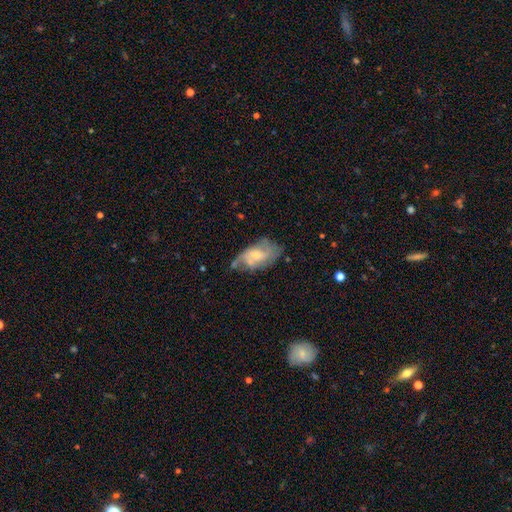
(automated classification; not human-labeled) This is likely a featured or disk galaxy (68%). It is clearly not viewed edge-on (95%). Bar: possibly no (55%). Spiral arm pattern: clearly yes (84%). Spiral arm count: possibly 2 (49%). Spiral winding: marginally medium (43%). Central bulge: possibly small (50%). Merging: possibly none (49%).